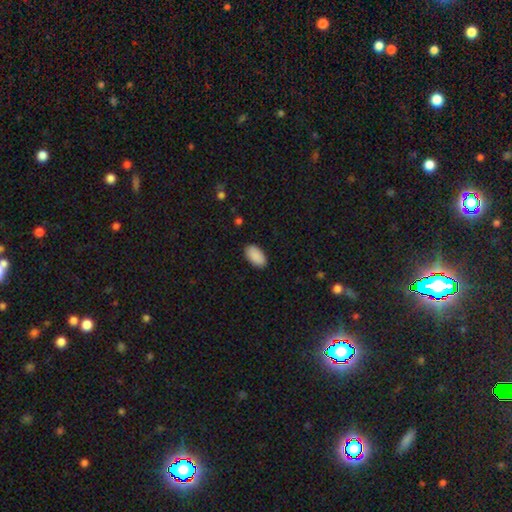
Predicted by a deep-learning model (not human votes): Morphology: type=smooth (91%); roundness=in between (96%); merging=none (89%).